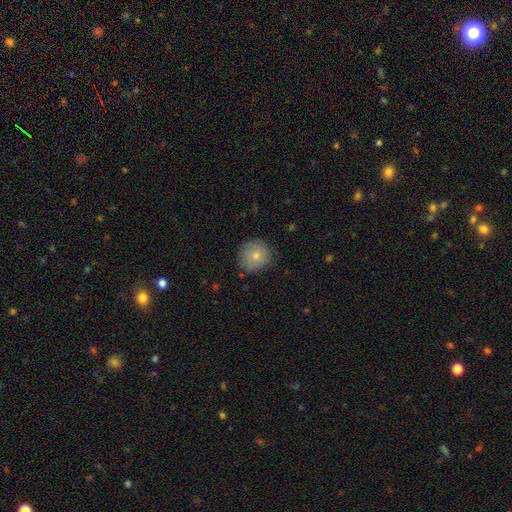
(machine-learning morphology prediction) The model was most divided on "smooth or featured": smooth: 78%, featured or disk: 14%, star or artifact: 8%. More confident: how rounded — round (90%); merging — none (80%).